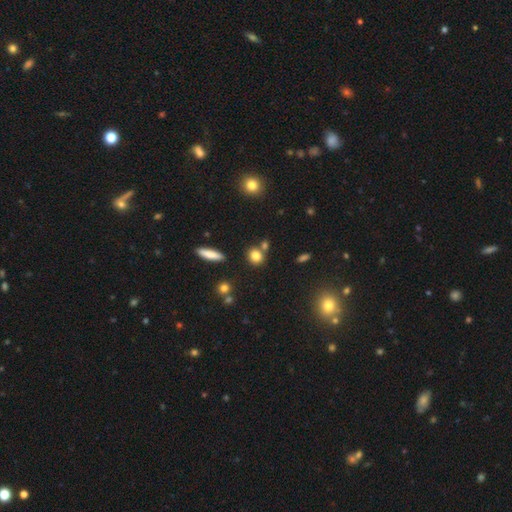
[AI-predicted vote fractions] Smooth or featured? Predicted: smooth (p=0.80). How rounded? Predicted: round (p=0.73). Merging? Predicted: none (p=0.68).